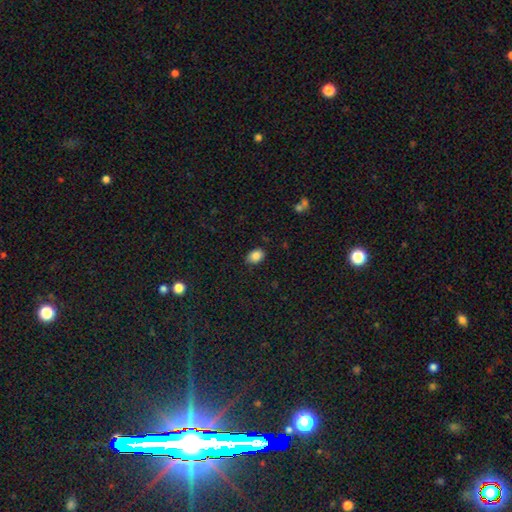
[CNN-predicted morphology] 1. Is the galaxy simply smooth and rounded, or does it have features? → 86% smooth, 9% star or artifact, 5% featured or disk.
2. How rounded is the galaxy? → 76% in between, 23% round, 1% cigar-shaped.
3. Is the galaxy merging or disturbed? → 77% none, 18% minor disturbance, 3% major disturbance, 1% merger.